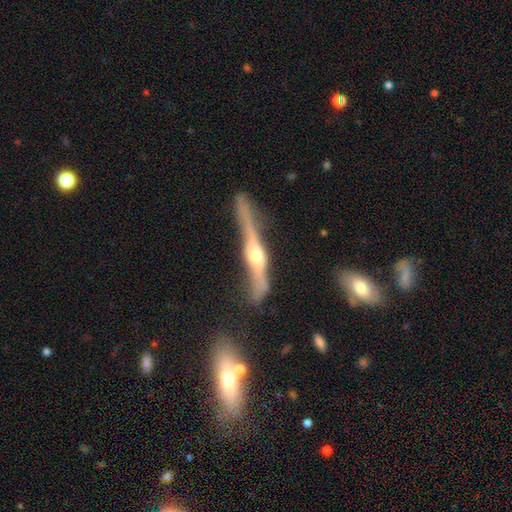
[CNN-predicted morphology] Smooth or featured: featured or disk — 78% (smooth — 16%)
Edge-on disk: yes — 92% (no — 8%)
Edge-on bulge: rounded — 89% (boxy — 6%)
Merging: none — 52% (minor disturbance — 25%)